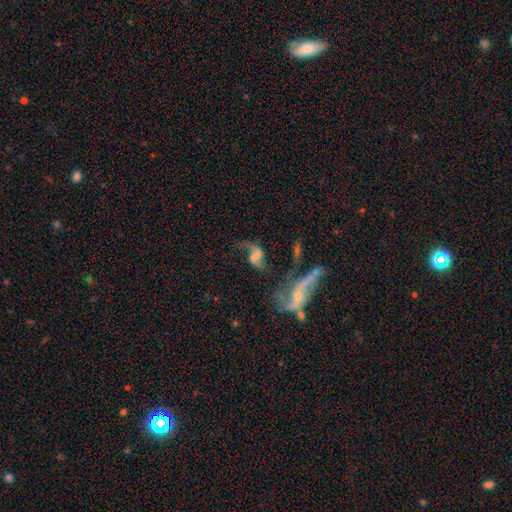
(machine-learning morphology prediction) type=featured or disk (79%); edge-on=no (96%); bar=weak (45%); spiral arms=yes (93%); winding=loose (82%); arm count=2 (87%); bulge=none (40%); merging=none (46%).